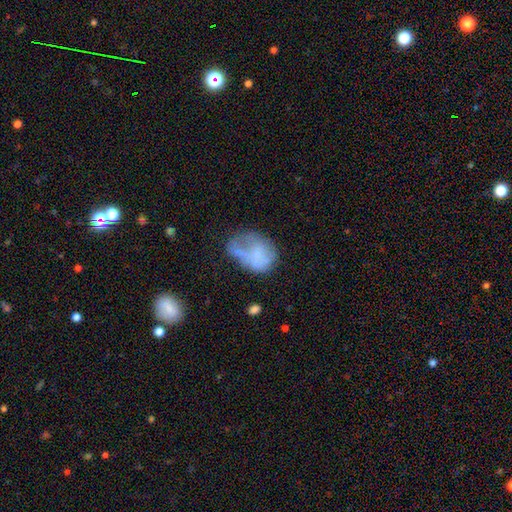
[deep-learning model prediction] Overall: smooth (55%; featured or disk 34%). How rounded: in between (68%; round 30%). Merging: major disturbance (33%; none 29%).